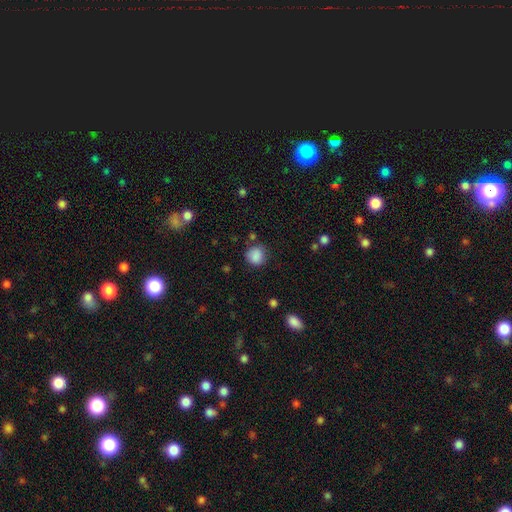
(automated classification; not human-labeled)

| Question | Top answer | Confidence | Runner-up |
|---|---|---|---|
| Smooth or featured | smooth | 86% | star or artifact (9%) |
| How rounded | round | 81% | in between (18%) |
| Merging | none | 76% | minor disturbance (16%) |